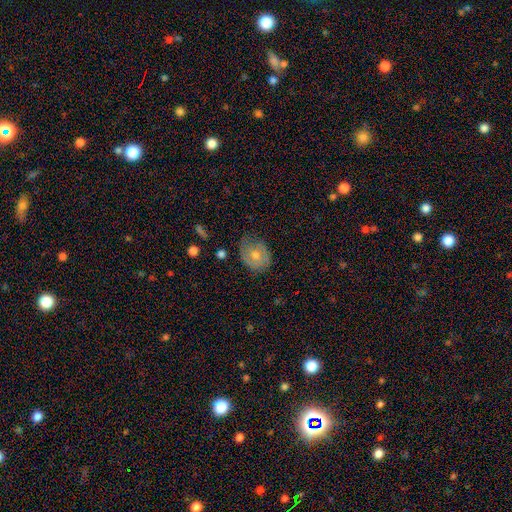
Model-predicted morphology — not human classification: Q: Smooth or featured?
A: smooth (56%); runner-up: featured or disk (36%)
Q: How rounded?
A: round (53%); runner-up: in between (46%)
Q: Merging?
A: none (56%); runner-up: minor disturbance (31%)